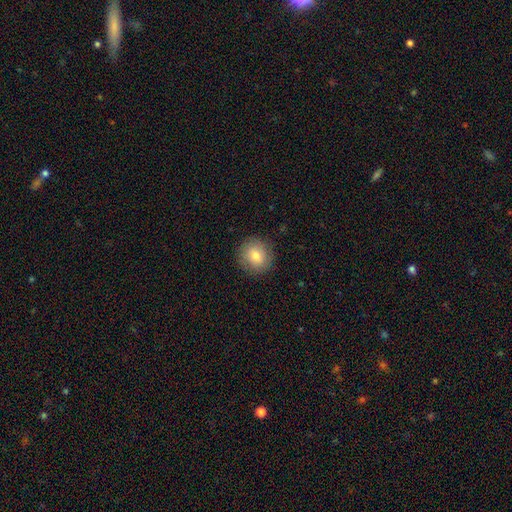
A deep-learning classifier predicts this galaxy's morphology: This is likely a smooth galaxy (77%). How rounded: clearly round (82%). Merging: clearly none (87%).